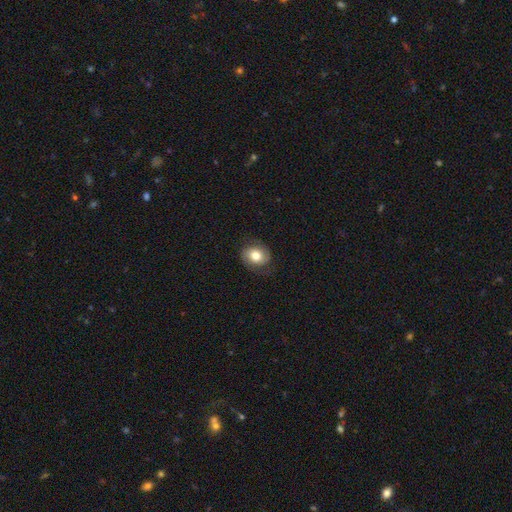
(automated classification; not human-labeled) Smooth or featured? smooth (60%)
How rounded? round (55%)
Merging? none (75%)